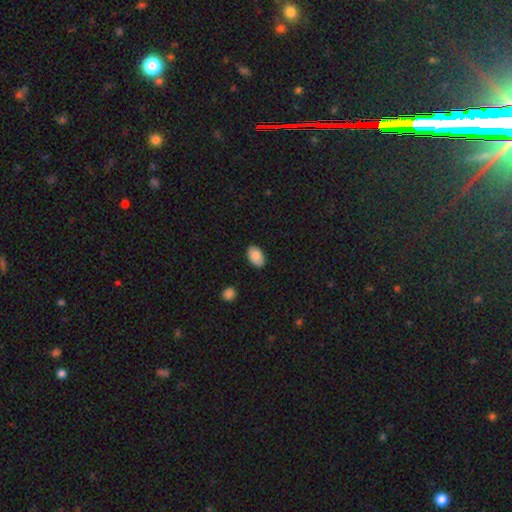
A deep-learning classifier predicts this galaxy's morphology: Overall: smooth (83%). How rounded: in between (91%). Merging: none (87%).